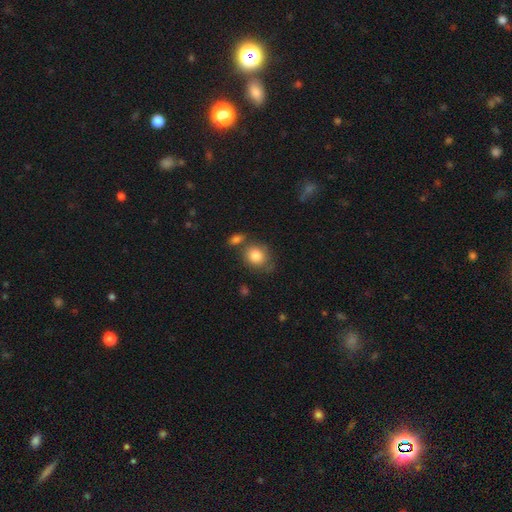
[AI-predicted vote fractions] This appears to be a smooth galaxy with no disk features (83%) that is round (65%). Merging: none (61%).